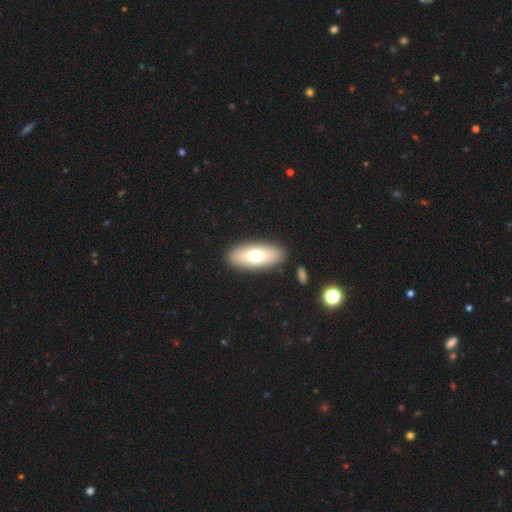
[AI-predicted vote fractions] Overall: smooth (67%). How rounded: in between (81%). Merging: none (88%).